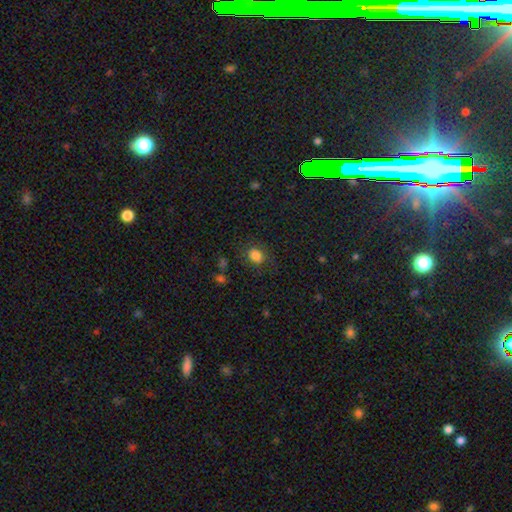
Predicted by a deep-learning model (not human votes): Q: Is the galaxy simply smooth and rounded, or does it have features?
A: smooth — 82%.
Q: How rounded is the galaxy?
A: round — 60%.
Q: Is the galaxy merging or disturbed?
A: none — 80%.